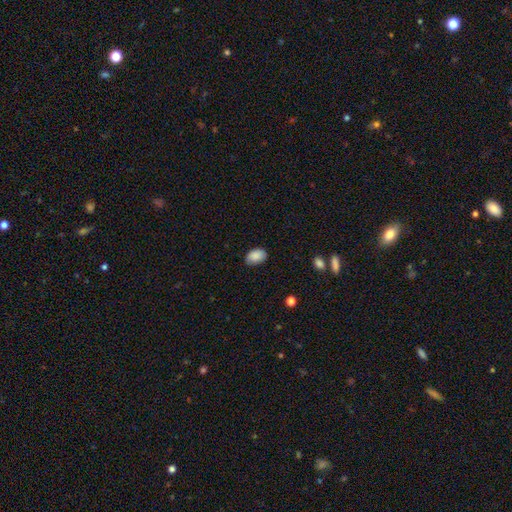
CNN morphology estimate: Smooth or featured?
  - smooth: 88% *
  - star or artifact: 7%
  - featured or disk: 5%
How rounded?
  - in between: 88% *
  - round: 11%
  - cigar-shaped: 1%
Merging?
  - none: 83% *
  - minor disturbance: 13%
  - major disturbance: 3%
  - merger: 1%